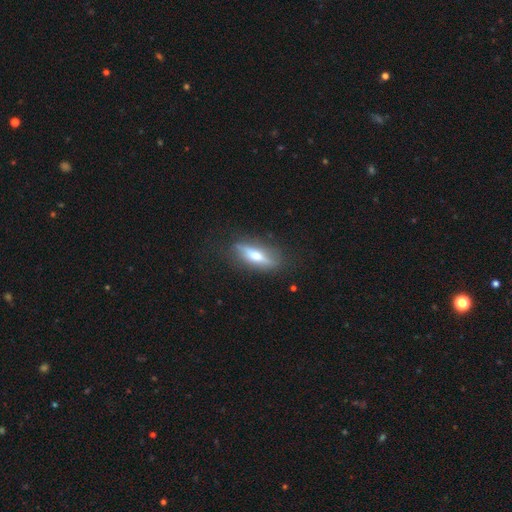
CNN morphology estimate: This appears to be a featured or disk galaxy (57%) viewed edge-on (82%). Merging: none (80%).